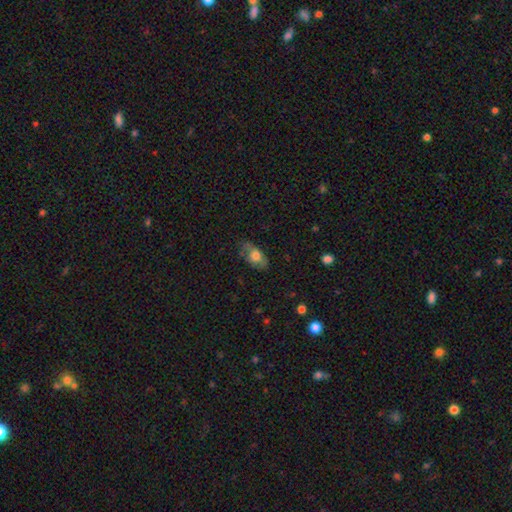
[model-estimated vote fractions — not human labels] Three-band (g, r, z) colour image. It shows a smooth galaxy with no disk features (66%) that is in between round and cigar-shaped (87%). Merging: none (65%).